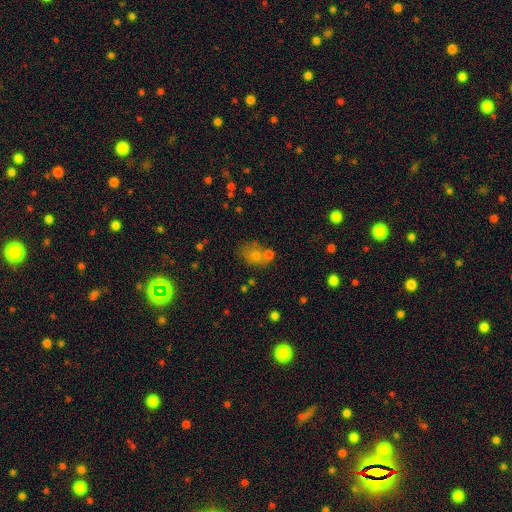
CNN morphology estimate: A smooth galaxy with no disk features (63%) that is round (50%). Merging: none (52%).